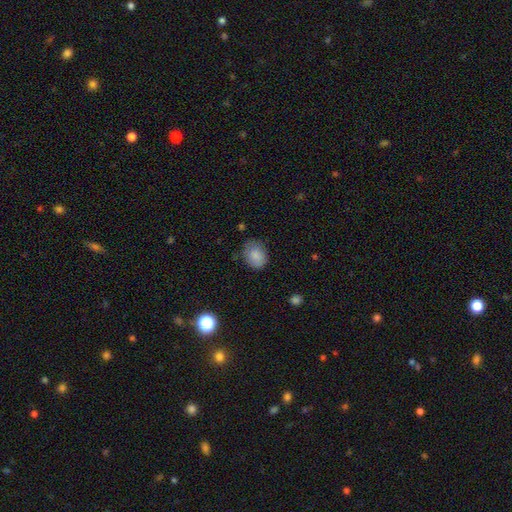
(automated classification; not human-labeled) Morphology: type=smooth (85%); roundness=in between (52%); merging=none (69%).